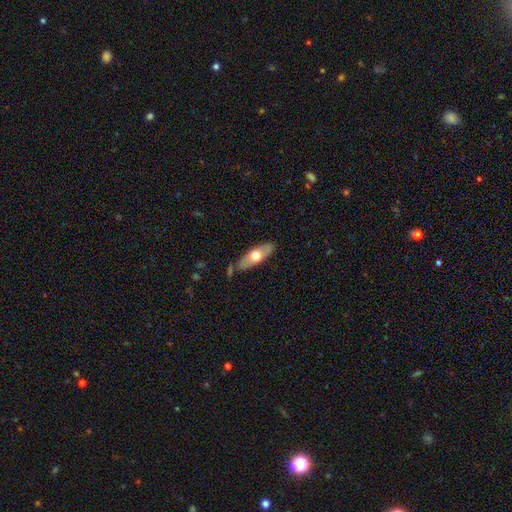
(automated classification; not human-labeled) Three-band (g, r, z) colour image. It shows a smooth galaxy with no disk features (55%) that is in between round and cigar-shaped (66%). Merging: none (80%).